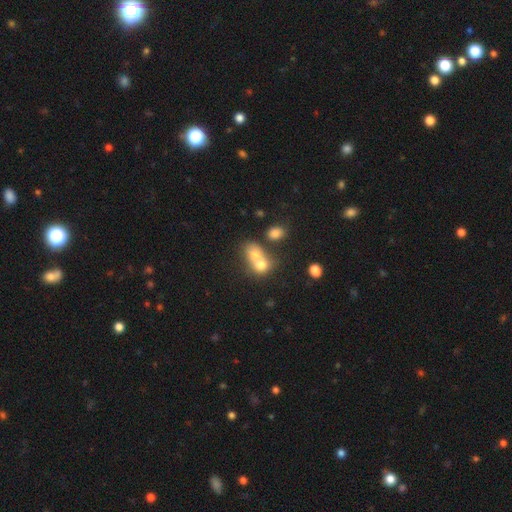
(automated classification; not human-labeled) This is likely a smooth galaxy (67%). How rounded: possibly round (57%). Merging: likely merger (68%).